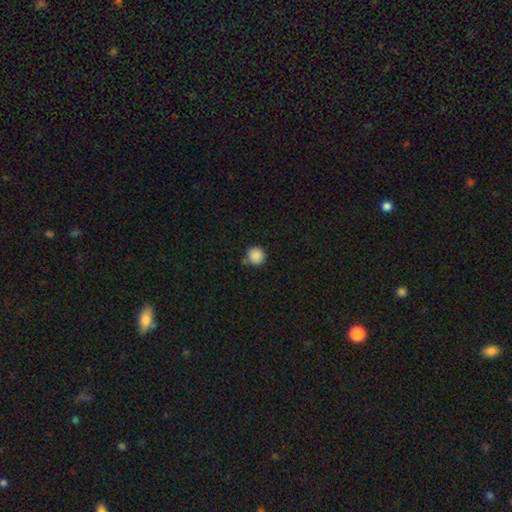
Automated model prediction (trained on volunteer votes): Overall: smooth (88%). How rounded: round (94%). Merging: none (80%).